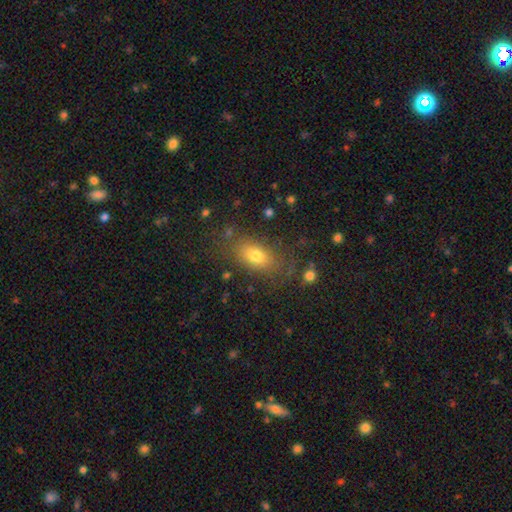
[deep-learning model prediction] smooth-or-featured: smooth: 72% | featured or disk: 16% | star or artifact: 12%
  how-rounded: in between: 83% | round: 10% | cigar-shaped: 6%
  merging: none: 77% | minor disturbance: 14% | major disturbance: 6% | merger: 3%